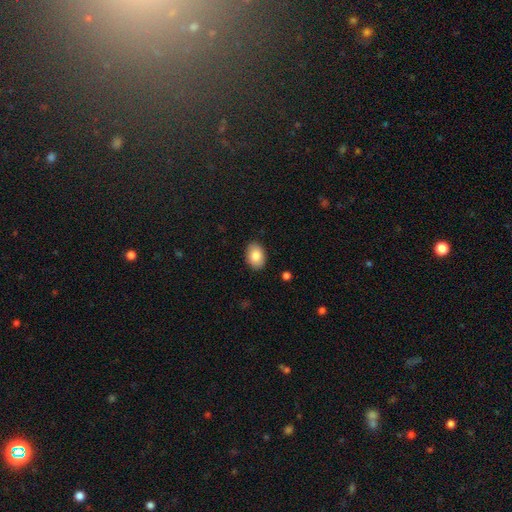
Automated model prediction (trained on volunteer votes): Smooth or featured? smooth (84%)
How rounded? in between (83%)
Merging? none (89%)